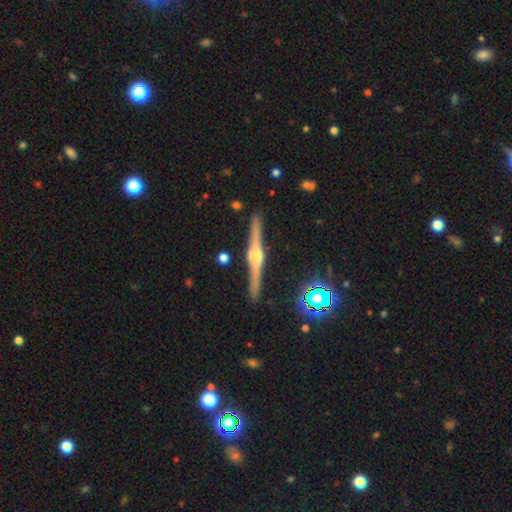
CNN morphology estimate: This is clearly a featured or disk galaxy (86%). It is clearly viewed edge-on (98%). Edge-on bulge: clearly rounded (90%). Merging: clearly none (91%).